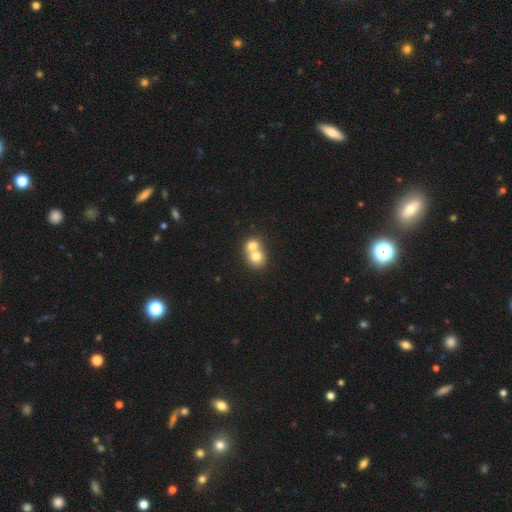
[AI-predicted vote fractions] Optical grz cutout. It shows a smooth galaxy with no disk features (73%) that is round (71%). Merging: merger (73%).